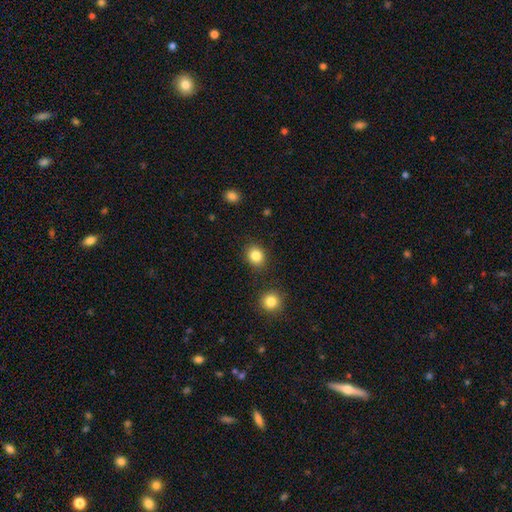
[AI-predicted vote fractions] This is clearly a smooth galaxy (85%). How rounded: likely round (66%). Merging: clearly none (86%).